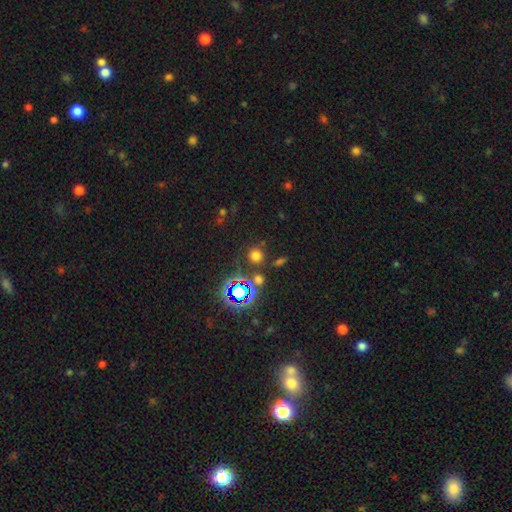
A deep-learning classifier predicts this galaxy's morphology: type=smooth (63%); roundness=round (88%); merging=none (79%).